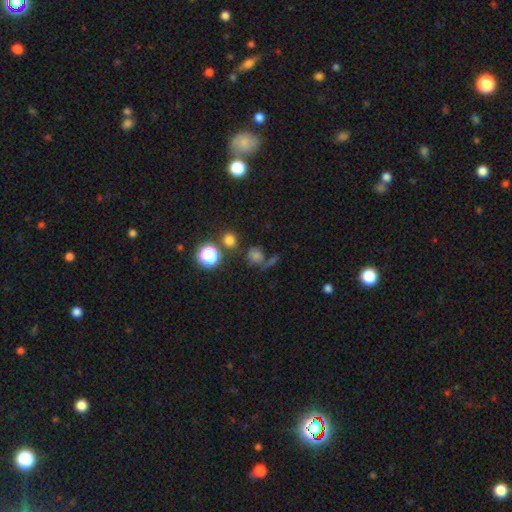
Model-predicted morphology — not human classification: A smooth galaxy with no disk features (66%) that is round (85%). Merging: none (63%).